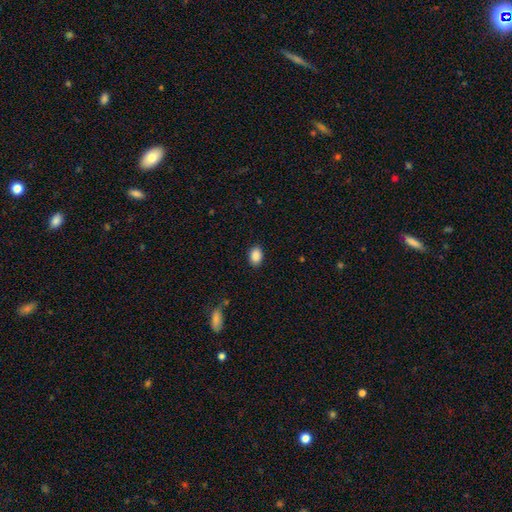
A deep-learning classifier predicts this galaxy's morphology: The model was most divided on "how rounded": in between: 81%, round: 18%, cigar-shaped: 1%. More confident: smooth or featured — smooth (89%); merging — none (88%).